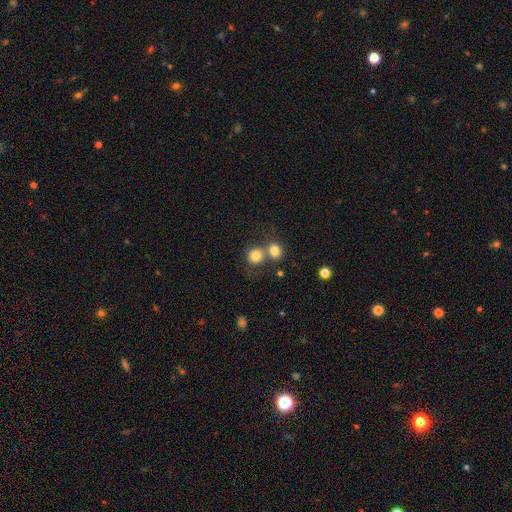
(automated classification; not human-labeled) Smooth or featured? smooth (81%)
How rounded? round (83%)
Merging? merger (45%)